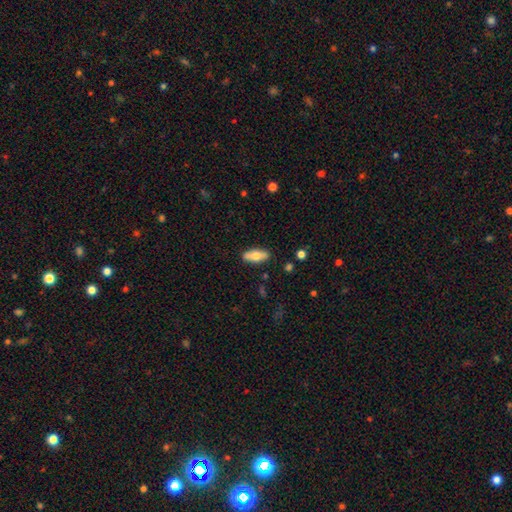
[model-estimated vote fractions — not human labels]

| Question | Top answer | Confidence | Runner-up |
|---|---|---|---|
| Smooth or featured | smooth | 68% | featured or disk (26%) |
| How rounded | in between | 75% | cigar-shaped (22%) |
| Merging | none | 86% | minor disturbance (10%) |